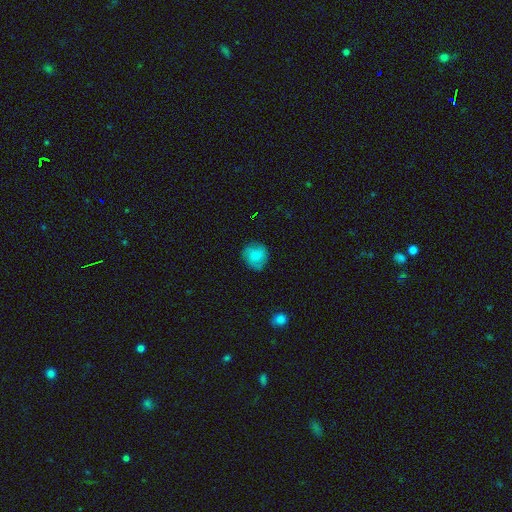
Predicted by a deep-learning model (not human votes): This appears to be a smooth galaxy with no disk features (76%) that is round (85%). Merging: none (76%).